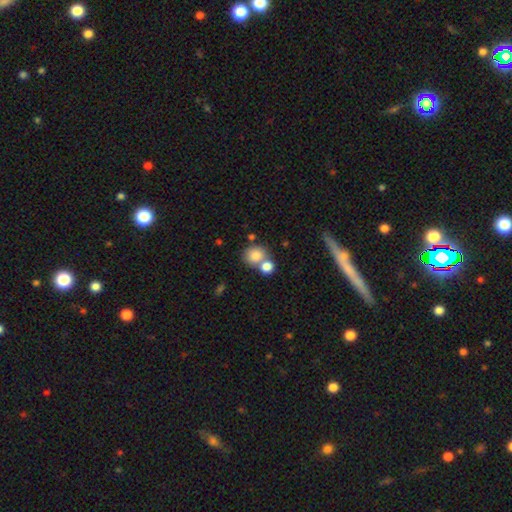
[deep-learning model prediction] smooth-or-featured: smooth: 81% | featured or disk: 10% | star or artifact: 10%
  how-rounded: round: 75% | in between: 24% | cigar-shaped: 1%
  merging: none: 46% | merger: 42% | minor disturbance: 9% | major disturbance: 4%